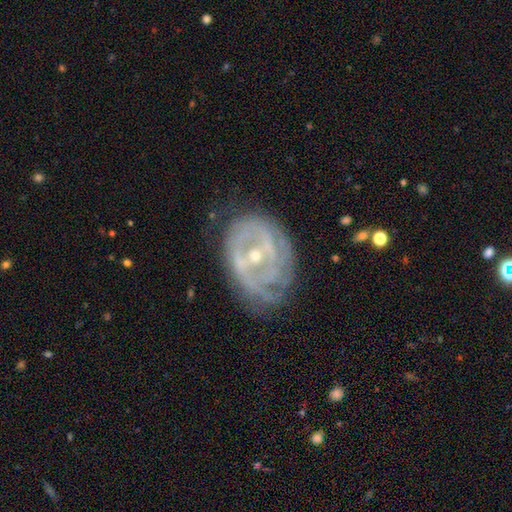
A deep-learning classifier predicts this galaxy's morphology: smooth-or-featured: featured or disk: 84% | smooth: 10% | star or artifact: 7%
  disk-edge-on: no: 96% | yes: 4%
    bar: weak: 42% | strong: 29% | no: 29%
    has-spiral-arms: yes: 81% | no: 19%
      spiral-winding: tight: 62% | medium: 28% | loose: 11%
      spiral-arm-count: can't tell: 43% | 2: 28% | 3: 12% | 4: 6% | 1: 6% | more than 4: 4%
    bulge-size: small: 64% | moderate: 33% | large: 1% | none: 1% | dominant: 1%
  merging: none: 59% | minor disturbance: 25% | major disturbance: 14% | merger: 2%